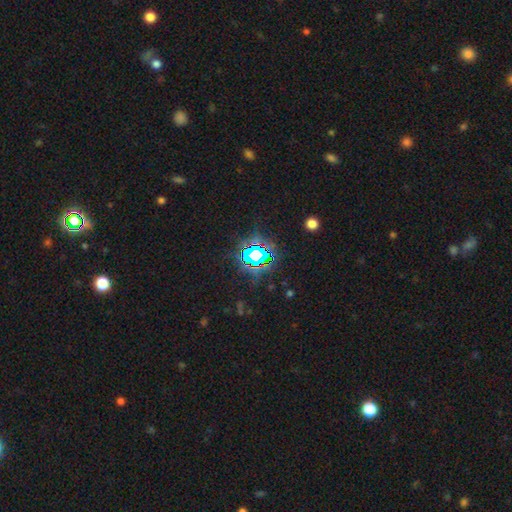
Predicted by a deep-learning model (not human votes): smooth-or-featured: star or artifact: 76% | smooth: 14% | featured or disk: 10%